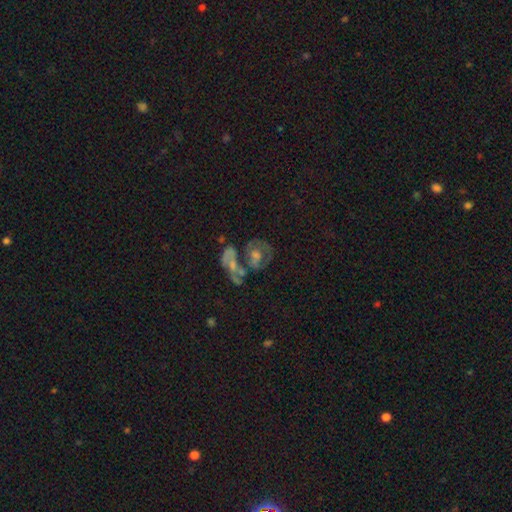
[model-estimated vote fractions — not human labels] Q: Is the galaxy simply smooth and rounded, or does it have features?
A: featured or disk — 55%.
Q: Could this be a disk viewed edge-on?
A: no — 96%.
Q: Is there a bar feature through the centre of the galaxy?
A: no — 77%.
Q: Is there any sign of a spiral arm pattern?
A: no — 65%.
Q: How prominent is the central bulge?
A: moderate — 54%.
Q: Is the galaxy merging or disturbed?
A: merger — 45%.